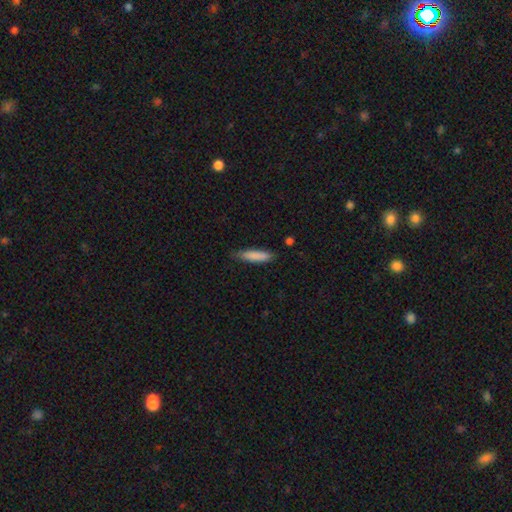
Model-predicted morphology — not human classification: This appears to be a smooth galaxy with no disk features (84%) that is cigar-shaped (78%). Merging: none (78%).